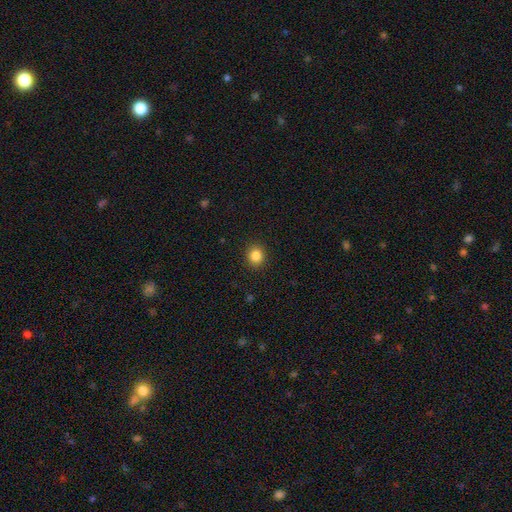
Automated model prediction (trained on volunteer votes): Morphology: type=smooth (85%); roundness=round (82%); merging=none (91%).